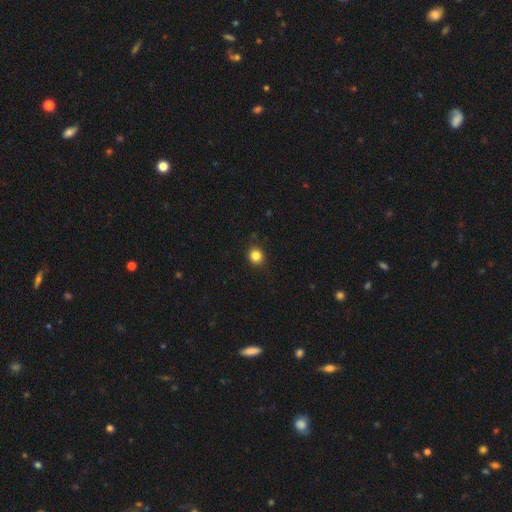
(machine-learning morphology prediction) Q: Smooth or featured?
A: smooth (84%); runner-up: star or artifact (12%)
Q: How rounded?
A: round (85%); runner-up: in between (14%)
Q: Merging?
A: none (89%); runner-up: minor disturbance (8%)